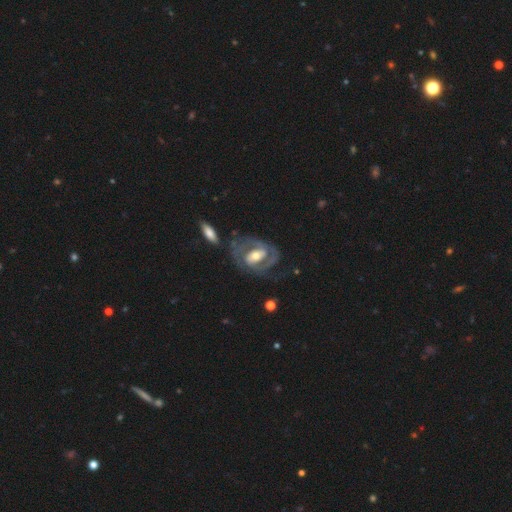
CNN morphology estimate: Smooth or featured?
  - featured or disk: 81% *
  - smooth: 14%
  - star or artifact: 5%
Edge-on disk?
  - no: 96% *
  - yes: 4%
Bar?
  - weak: 37% *
  - no: 34%
  - strong: 29%
Spiral arms?
  - yes: 82% *
  - no: 18%
Spiral winding?
  - tight: 47% *
  - medium: 41%
  - loose: 13%
Spiral arm count?
  - 2: 71% *
  - can't tell: 13%
  - 1: 7%
  - 3: 5%
  - 4: 2%
  - more than 4: 2%
Bulge size?
  - moderate: 60% *
  - small: 20%
  - large: 17%
  - dominant: 2%
  - none: 2%
Merging?
  - none: 62% *
  - minor disturbance: 18%
  - major disturbance: 16%
  - merger: 4%